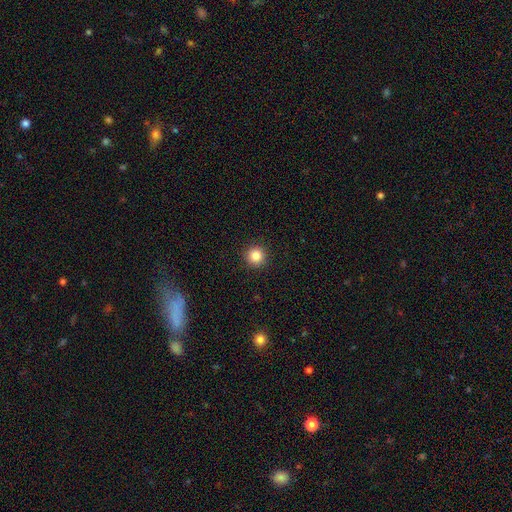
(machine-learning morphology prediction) Smooth or featured? Predicted: smooth (p=0.85). How rounded? Predicted: round (p=0.95). Merging? Predicted: none (p=0.92).